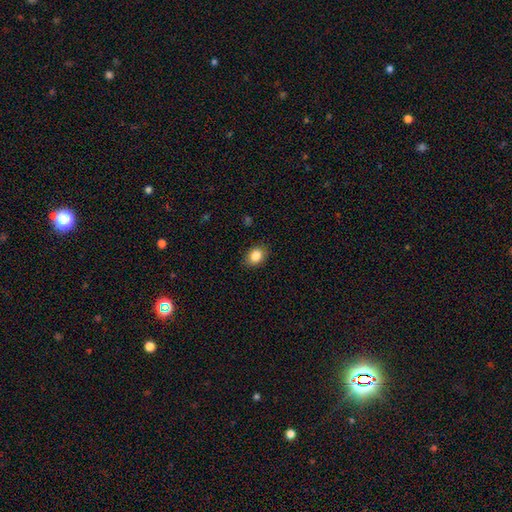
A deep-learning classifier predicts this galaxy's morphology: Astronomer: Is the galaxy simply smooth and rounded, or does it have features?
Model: smooth — 85%.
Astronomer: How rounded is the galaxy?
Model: in between — 55% (runner-up: round, 43%).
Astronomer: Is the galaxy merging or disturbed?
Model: none — 85%.